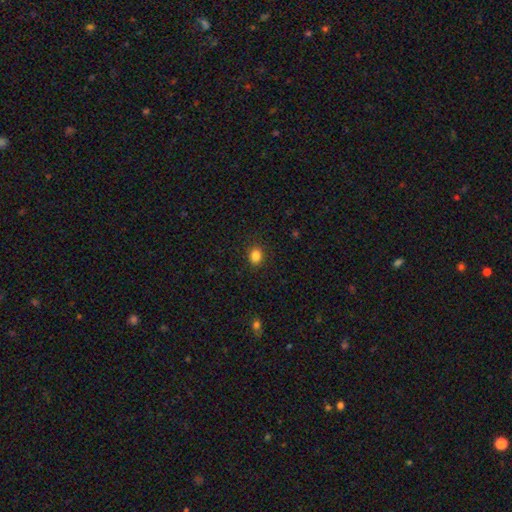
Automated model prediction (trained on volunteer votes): smooth-or-featured: smooth: 86% | star or artifact: 11% | featured or disk: 4%
  how-rounded: round: 61% | in between: 38% | cigar-shaped: 1%
  merging: none: 89% | minor disturbance: 7% | major disturbance: 2% | merger: 1%